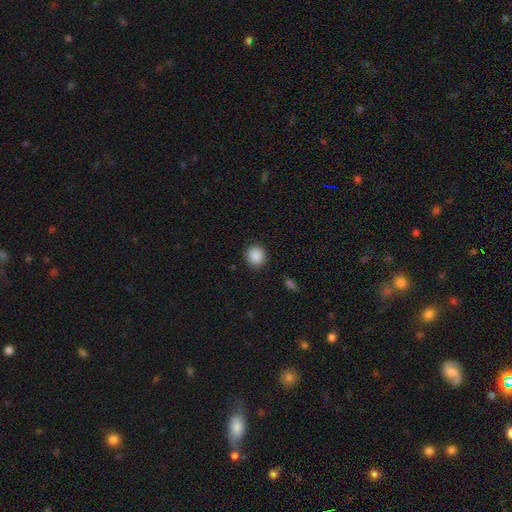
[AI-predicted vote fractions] Morphology: type=smooth (89%); roundness=round (88%); merging=none (91%).